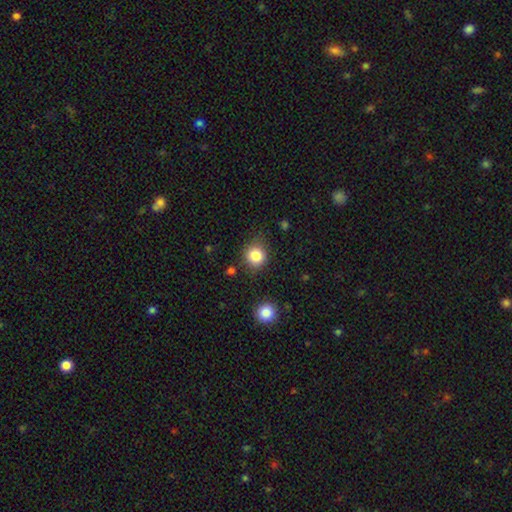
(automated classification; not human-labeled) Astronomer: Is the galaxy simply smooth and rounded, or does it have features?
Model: smooth — 85%.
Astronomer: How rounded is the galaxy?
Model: round — 87%.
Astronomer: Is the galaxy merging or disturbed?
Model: none — 77%.